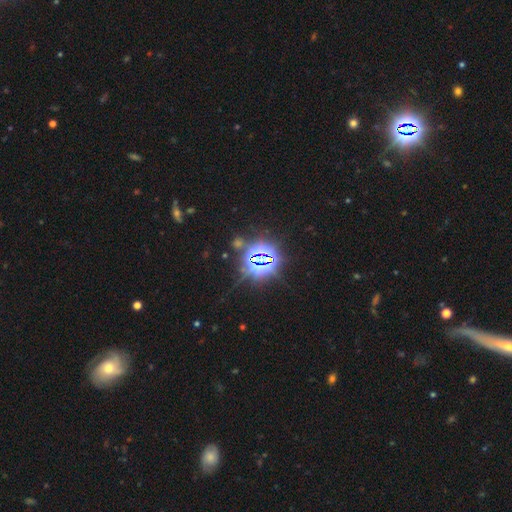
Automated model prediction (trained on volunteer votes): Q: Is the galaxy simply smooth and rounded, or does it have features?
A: star or artifact — 83%.